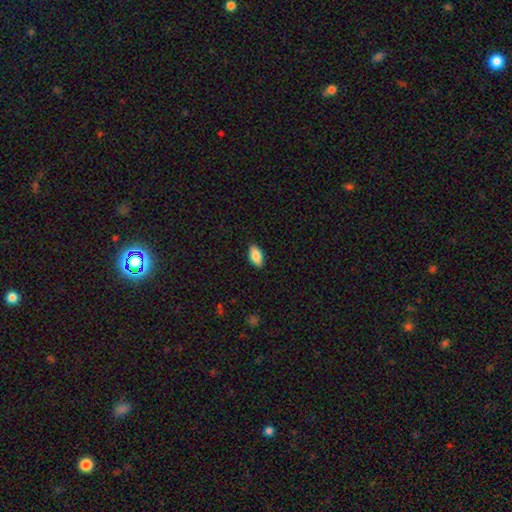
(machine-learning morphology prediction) This appears to be a smooth galaxy with no disk features (86%) that is in between round and cigar-shaped (92%). Merging: none (89%).